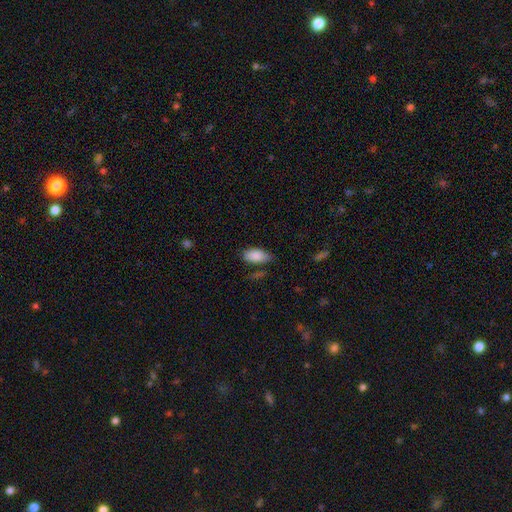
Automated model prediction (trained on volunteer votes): Overall: smooth (87%). How rounded: in between (93%). Merging: none (65%).